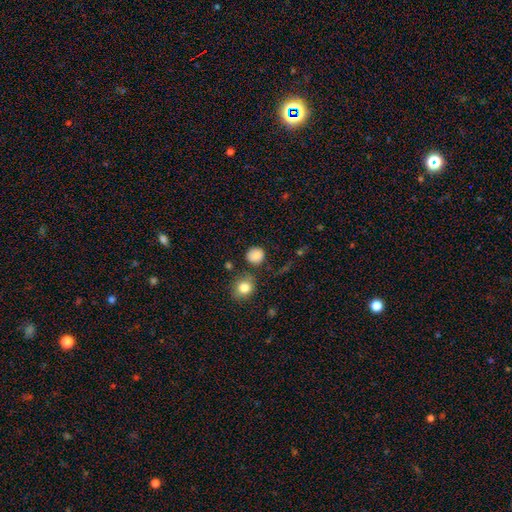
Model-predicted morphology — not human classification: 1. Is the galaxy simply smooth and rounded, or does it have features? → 85% smooth, 10% star or artifact, 5% featured or disk.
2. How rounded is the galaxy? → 88% round, 11% in between, 1% cigar-shaped.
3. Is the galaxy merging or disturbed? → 79% none, 12% minor disturbance, 5% merger, 4% major disturbance.